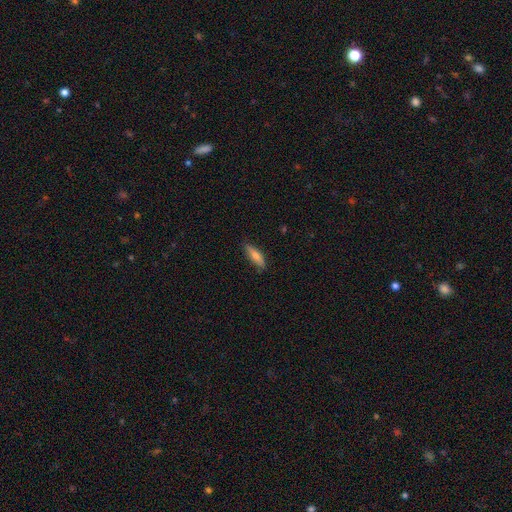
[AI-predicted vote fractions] Smooth or featured?
  - smooth: 69% *
  - featured or disk: 25%
  - star or artifact: 6%
How rounded?
  - cigar-shaped: 70% *
  - in between: 29%
  - round: 2%
Merging?
  - none: 84% *
  - minor disturbance: 13%
  - major disturbance: 2%
  - merger: 1%